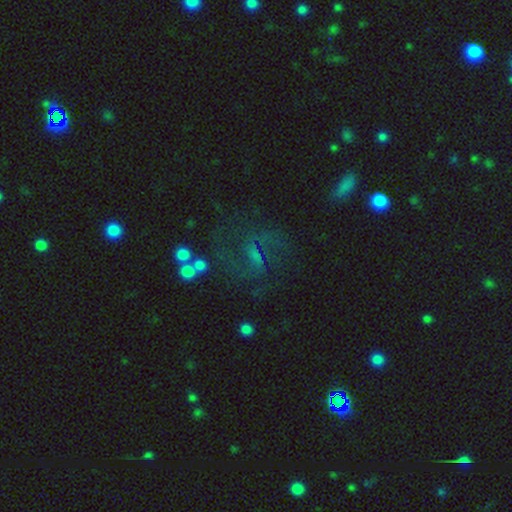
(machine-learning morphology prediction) A featured or disk galaxy (58%) with a weak bar (44%), spiral arms (80%) and no central bulge (43%). Merging: none (56%).